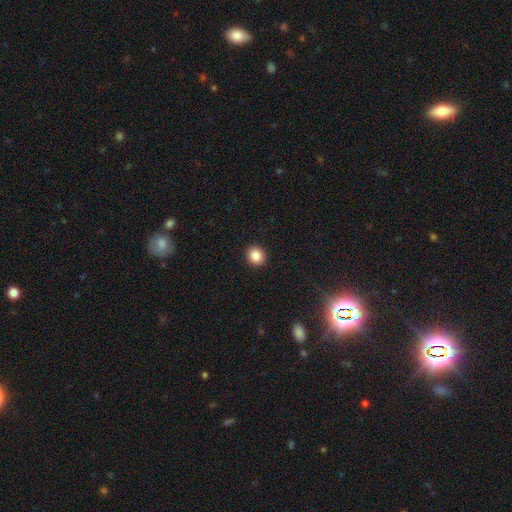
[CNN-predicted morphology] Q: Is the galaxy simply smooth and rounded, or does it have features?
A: smooth — 86%.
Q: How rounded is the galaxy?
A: round — 84%.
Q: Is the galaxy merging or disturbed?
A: none — 93%.